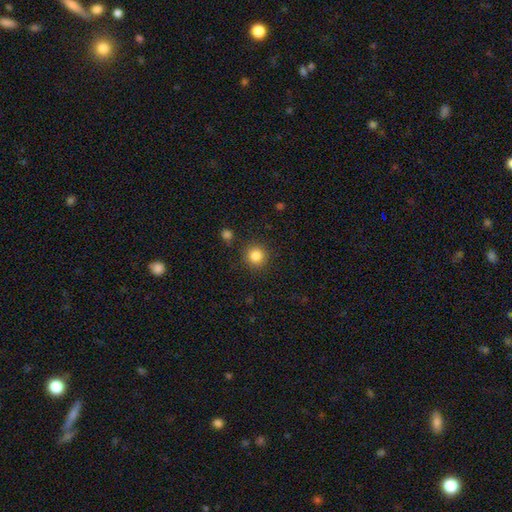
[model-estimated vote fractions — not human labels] smooth 85%, star or artifact 11%, featured or disk 4%. Down the decision tree: how rounded — round (93%); merging — none (88%).